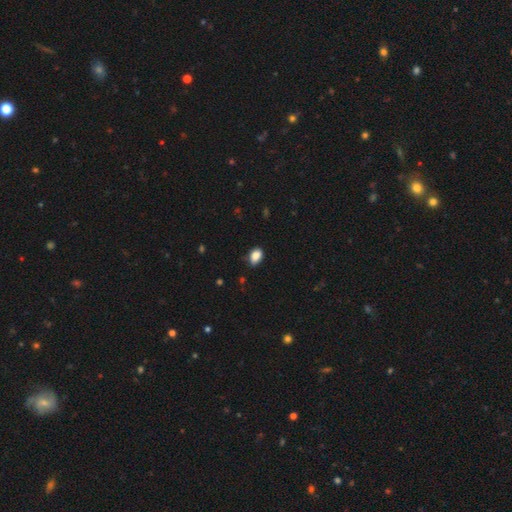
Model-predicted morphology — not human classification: smooth 87%, star or artifact 8%, featured or disk 5%. Down the decision tree: how rounded — in between (86%); merging — none (75%).